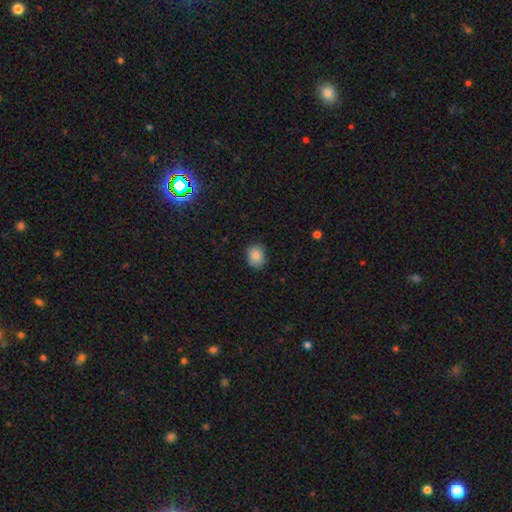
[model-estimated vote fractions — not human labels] This is clearly a smooth galaxy (85%). How rounded: possibly round (59%). Merging: clearly none (83%).